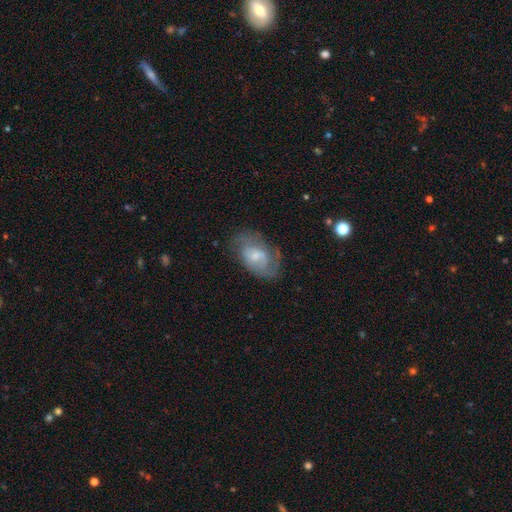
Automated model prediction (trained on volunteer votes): featured or disk 61%, smooth 32%, star or artifact 7%. Down the decision tree: edge-on disk — no (96%); bar — weak (47%); spiral arms — yes (79%); bulge size — small (48%); merging — none (58%).